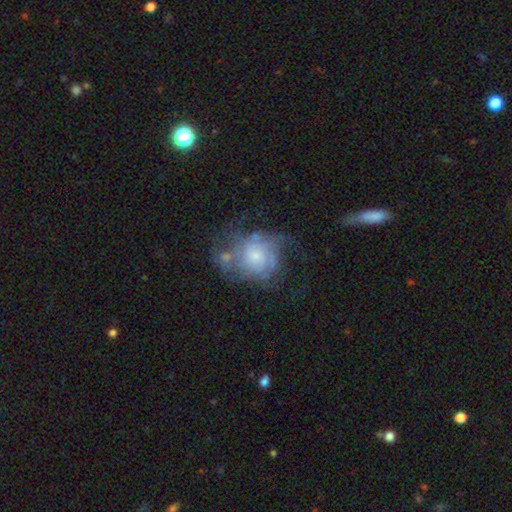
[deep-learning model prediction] featured or disk 63%, smooth 29%, star or artifact 8%. Down the decision tree: edge-on disk — no (98%); bar — no (81%); spiral arms — yes (72%); bulge size — small (50%); merging — none (36%).